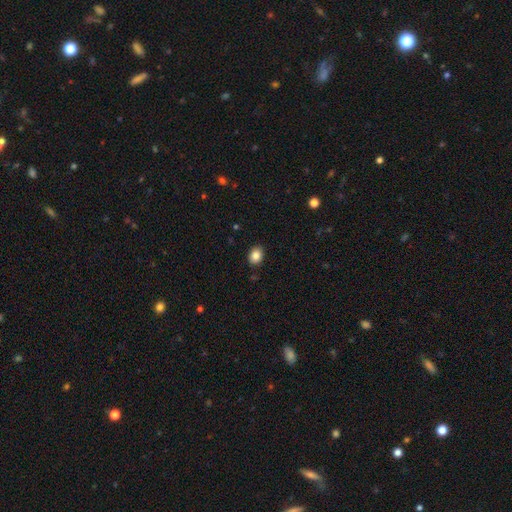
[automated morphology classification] This is clearly a smooth galaxy (86%). How rounded: likely in between (60%). Merging: clearly none (89%).